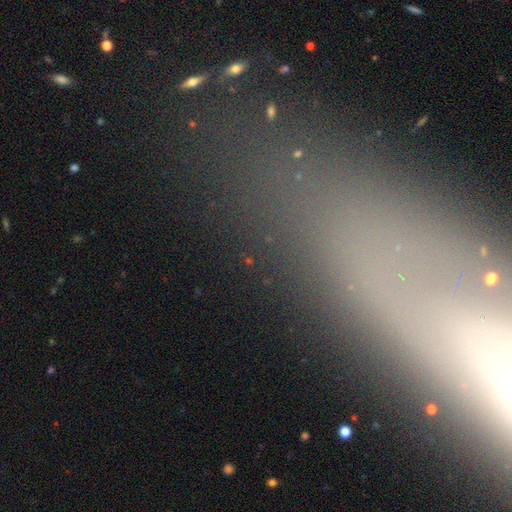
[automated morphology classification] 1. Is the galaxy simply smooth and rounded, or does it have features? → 43% star or artifact, 29% smooth, 28% featured or disk.